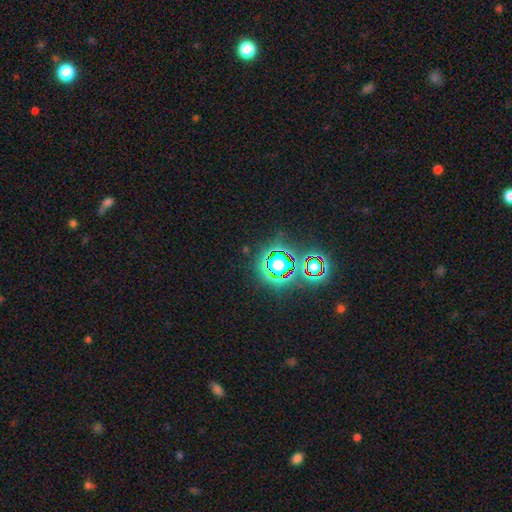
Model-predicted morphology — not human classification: star or artifact 81%, smooth 12%, featured or disk 7%.